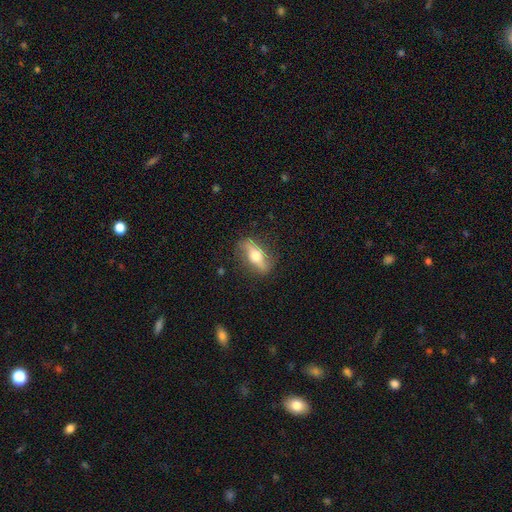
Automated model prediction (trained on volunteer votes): This appears to be a featured or disk galaxy (56%) viewed edge-on (57%). Merging: none (81%).